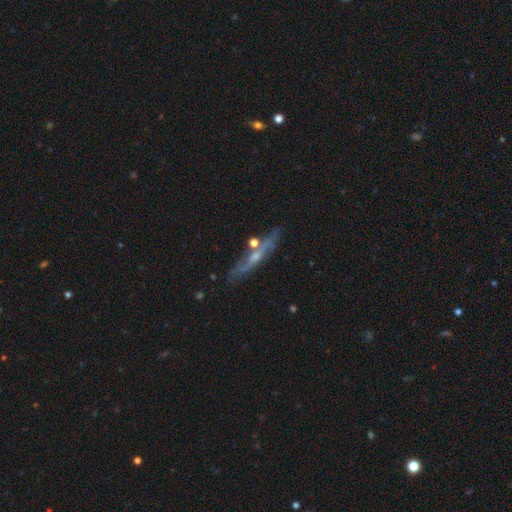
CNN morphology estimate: smooth-or-featured: featured or disk: 65% | smooth: 26% | star or artifact: 9%
  disk-edge-on: yes: 79% | no: 21%
    edge-on-bulge: rounded: 63% | none: 30% | boxy: 6%
  merging: none: 71% | minor disturbance: 16% | merger: 8% | major disturbance: 5%